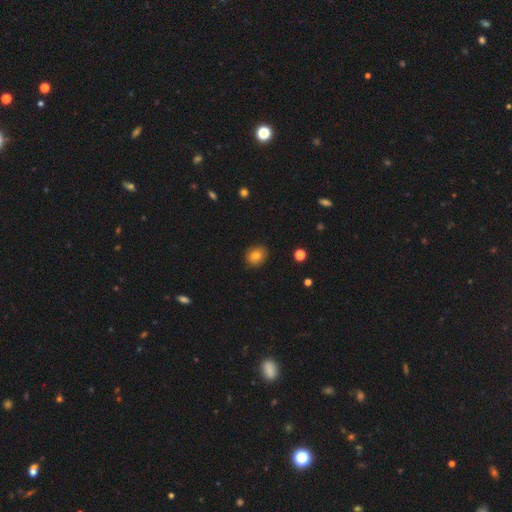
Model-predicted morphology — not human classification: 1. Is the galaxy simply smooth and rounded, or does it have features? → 81% smooth, 10% star or artifact, 9% featured or disk.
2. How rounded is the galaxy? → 61% round, 38% in between, 1% cigar-shaped.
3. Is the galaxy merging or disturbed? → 87% none, 10% minor disturbance, 2% major disturbance, 1% merger.